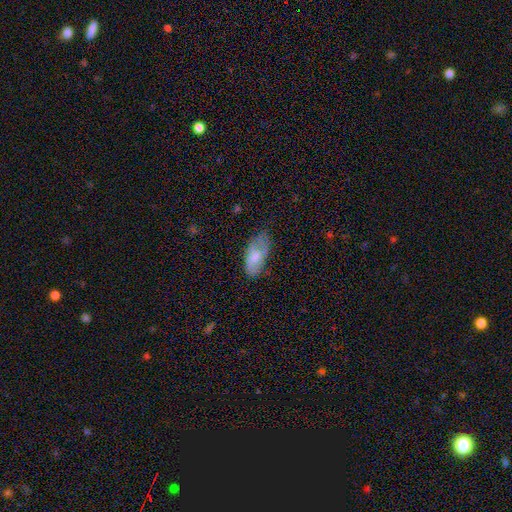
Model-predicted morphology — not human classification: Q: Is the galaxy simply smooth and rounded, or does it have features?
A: smooth — 60%.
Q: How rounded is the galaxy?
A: in between — 89%.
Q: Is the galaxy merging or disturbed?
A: none — 54%.